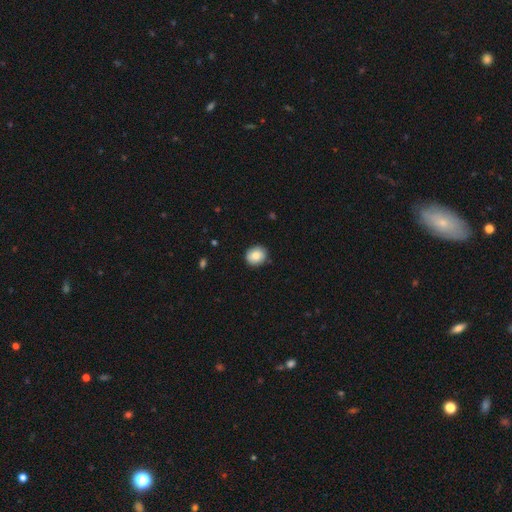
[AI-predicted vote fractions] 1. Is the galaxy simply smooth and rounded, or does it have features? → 83% smooth, 9% featured or disk, 8% star or artifact.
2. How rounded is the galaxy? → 76% round, 23% in between, 1% cigar-shaped.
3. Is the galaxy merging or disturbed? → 85% none, 12% minor disturbance, 2% major disturbance, 1% merger.